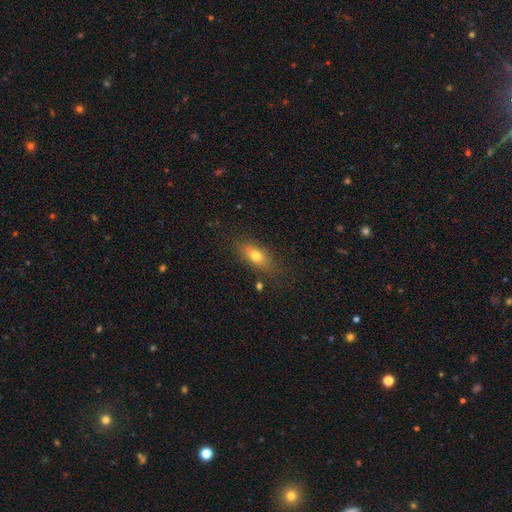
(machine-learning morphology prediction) Smooth or featured? Predicted: smooth (p=0.72). How rounded? Predicted: in between (p=0.75). Merging? Predicted: none (p=0.76).